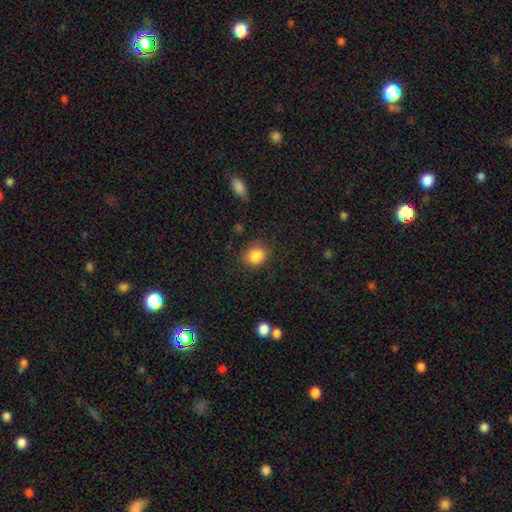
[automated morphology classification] Overall: smooth (86%). How rounded: round (68%; in between 31%). Merging: none (79%).